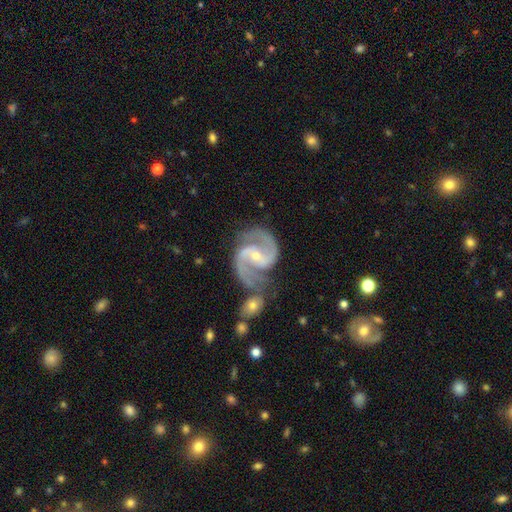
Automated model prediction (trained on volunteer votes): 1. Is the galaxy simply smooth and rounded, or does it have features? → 93% featured or disk, 4% star or artifact, 2% smooth.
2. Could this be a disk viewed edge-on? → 98% no, 2% yes.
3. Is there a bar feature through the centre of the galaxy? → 41% weak, 35% strong, 24% no.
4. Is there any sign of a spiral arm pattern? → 99% yes, 1% no.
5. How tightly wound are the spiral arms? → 65% medium, 19% tight, 16% loose.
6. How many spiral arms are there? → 93% 2, 2% 3, 2% can't tell, 1% 1, 1% 4, 1% more than 4.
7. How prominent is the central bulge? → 71% small, 26% moderate, 2% none, 1% large, 1% dominant.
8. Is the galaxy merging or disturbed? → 57% none, 19% merger, 16% minor disturbance, 7% major disturbance.